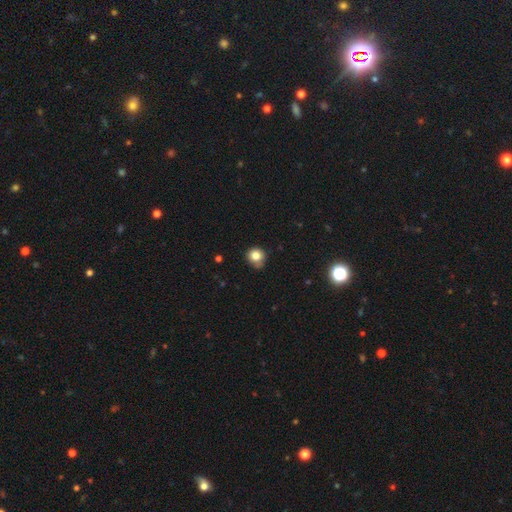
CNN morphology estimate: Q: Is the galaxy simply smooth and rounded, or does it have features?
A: smooth — 80%.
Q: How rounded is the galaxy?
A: round — 87%.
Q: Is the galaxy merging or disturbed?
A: none — 67%.